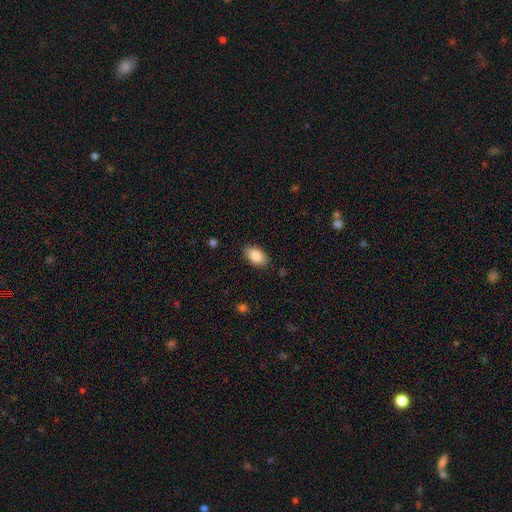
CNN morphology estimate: This appears to be a smooth galaxy with no disk features (86%) that is in between round and cigar-shaped (92%). Merging: none (86%).